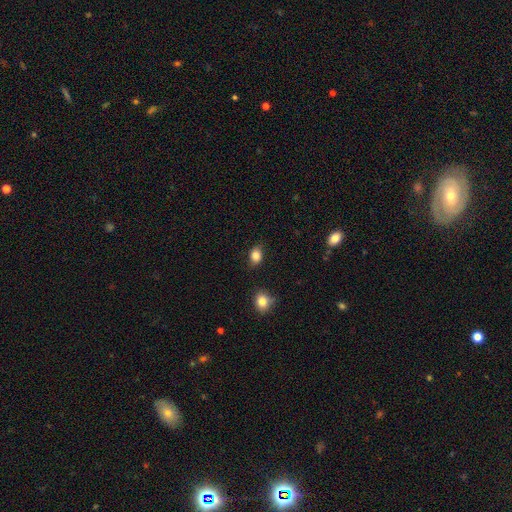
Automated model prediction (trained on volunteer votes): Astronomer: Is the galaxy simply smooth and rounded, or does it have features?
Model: smooth — 84%.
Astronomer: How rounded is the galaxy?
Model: in between — 67%.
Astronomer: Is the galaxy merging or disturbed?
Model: none — 77%.